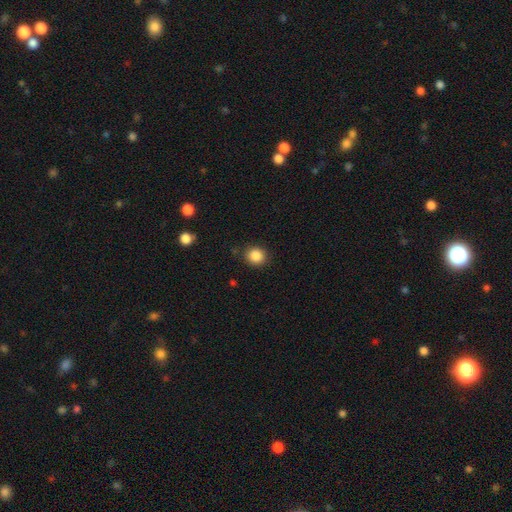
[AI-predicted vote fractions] Morphology: type=smooth (87%); roundness=round (83%); merging=none (87%).